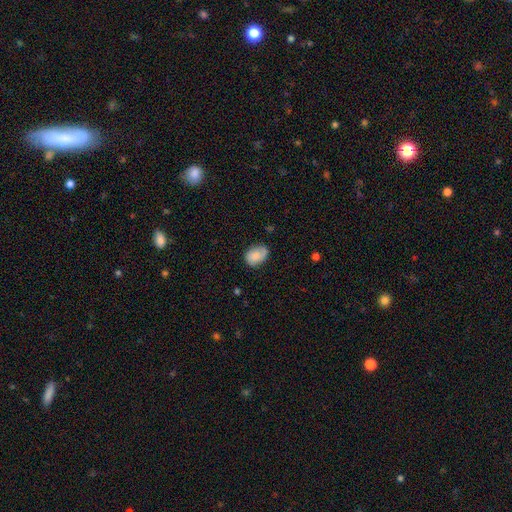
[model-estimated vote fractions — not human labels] This appears to be a smooth galaxy with no disk features (73%) that is in between round and cigar-shaped (72%). Merging: none (65%).